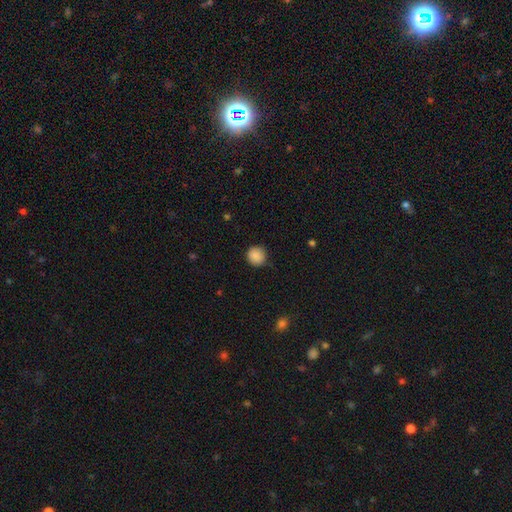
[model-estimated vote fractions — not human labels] This appears to be a smooth galaxy with no disk features (89%) that is round (93%). Merging: none (87%).